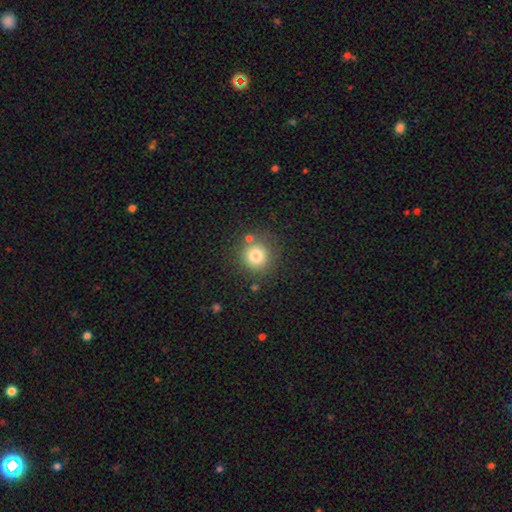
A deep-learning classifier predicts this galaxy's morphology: type=smooth (79%); roundness=round (93%); merging=none (80%).